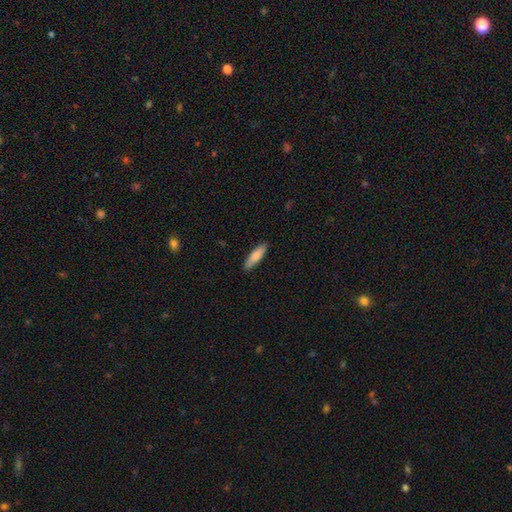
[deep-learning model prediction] Q: Smooth or featured?
A: smooth (80%); runner-up: featured or disk (14%)
Q: How rounded?
A: cigar-shaped (65%); runner-up: in between (33%)
Q: Merging?
A: none (87%); runner-up: minor disturbance (10%)